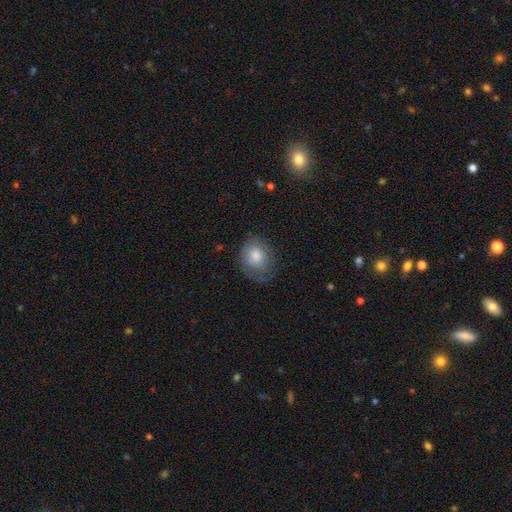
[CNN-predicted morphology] smooth_or_featured: smooth (p=0.72) [alt: featured or disk p=0.19]
how_rounded: round (p=0.55) [alt: in between p=0.44]
merging: none (p=0.59) [alt: minor disturbance p=0.27]